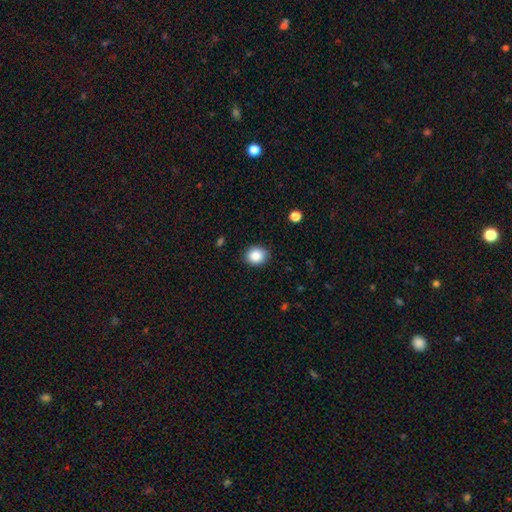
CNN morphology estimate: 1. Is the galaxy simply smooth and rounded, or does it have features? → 87% smooth, 9% star or artifact, 4% featured or disk.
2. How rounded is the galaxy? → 72% round, 28% in between, 1% cigar-shaped.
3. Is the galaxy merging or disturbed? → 86% none, 10% minor disturbance, 2% major disturbance, 1% merger.